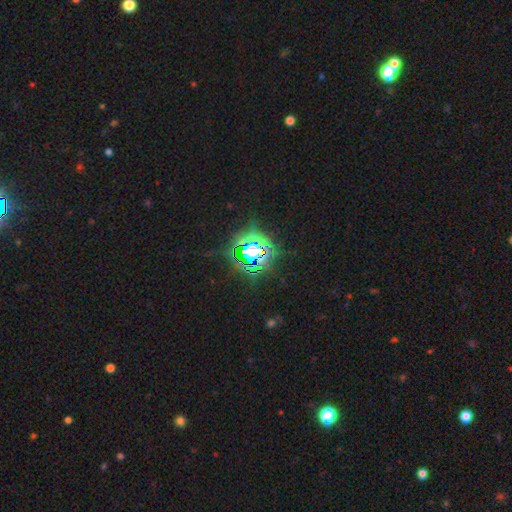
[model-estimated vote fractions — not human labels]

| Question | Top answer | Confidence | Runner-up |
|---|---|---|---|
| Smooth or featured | star or artifact | 76% | smooth (15%) |